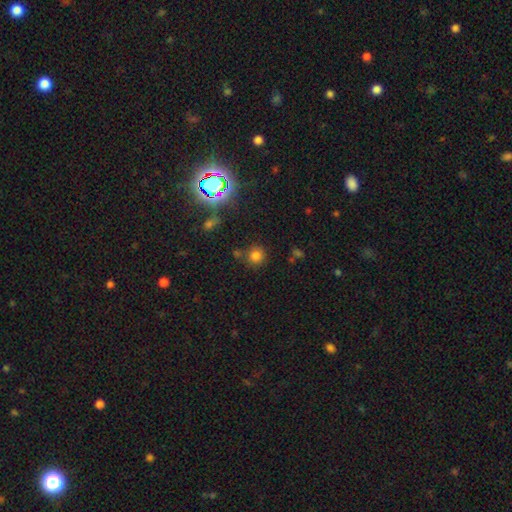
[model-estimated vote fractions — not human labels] Smooth or featured? Predicted: smooth (p=0.74). How rounded? Predicted: round (p=0.91). Merging? Predicted: none (p=0.77).